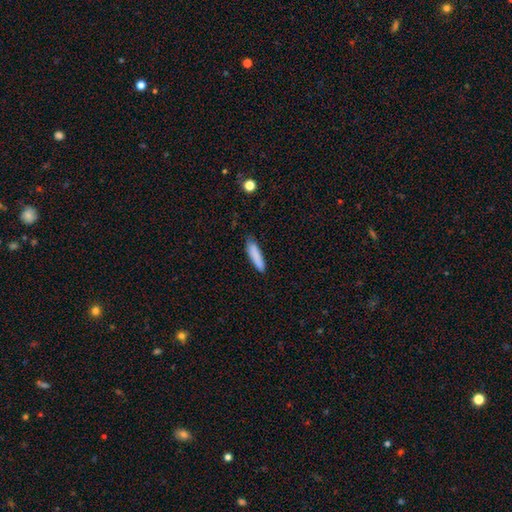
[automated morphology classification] Smooth or featured? smooth (86%)
How rounded? cigar-shaped (77%)
Merging? none (77%)